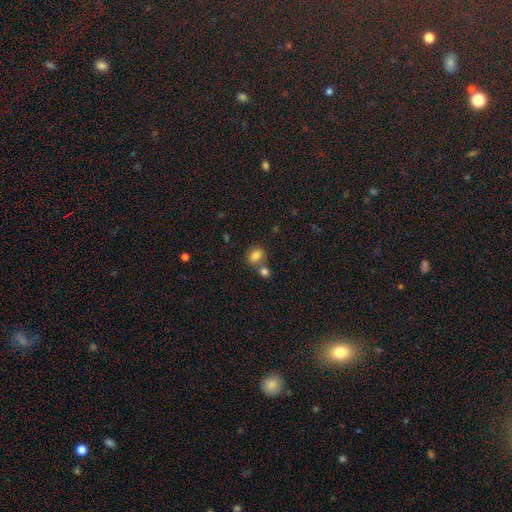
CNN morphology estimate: smooth-or-featured: smooth: 83% | star or artifact: 11% | featured or disk: 7%
  how-rounded: in between: 61% | round: 37% | cigar-shaped: 1%
  merging: none: 53% | merger: 33% | minor disturbance: 11% | major disturbance: 4%